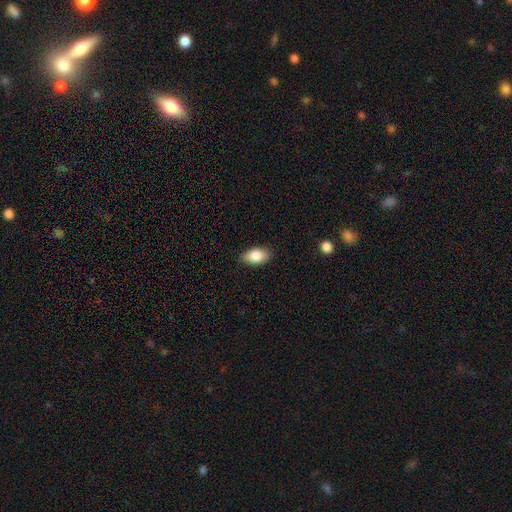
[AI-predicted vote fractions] Smooth or featured? smooth (85%)
How rounded? in between (92%)
Merging? none (85%)